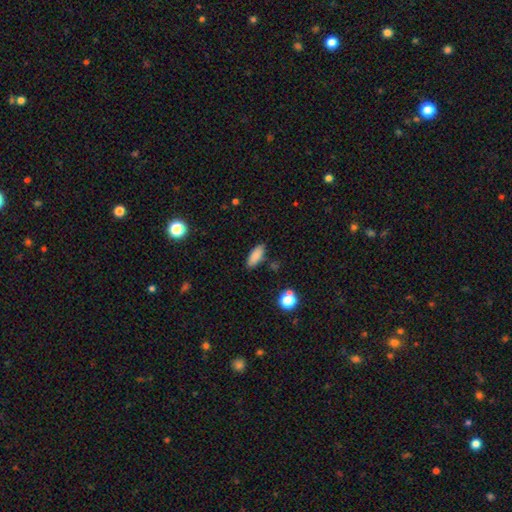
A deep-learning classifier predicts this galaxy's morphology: The model was most divided on "how rounded": in between: 78%, cigar-shaped: 19%, round: 3%. More confident: smooth or featured — smooth (85%); merging — none (83%).